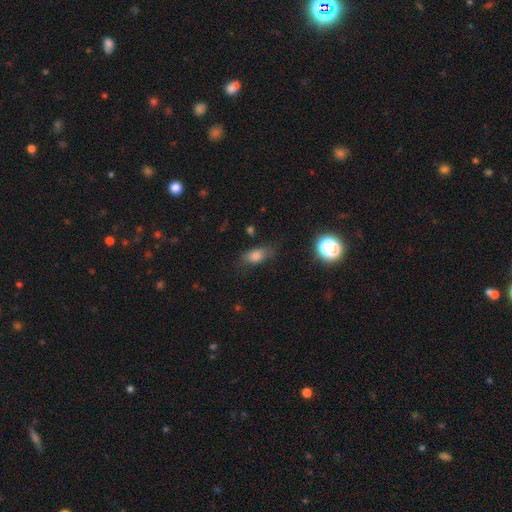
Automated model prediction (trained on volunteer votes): smooth 75%, star or artifact 13%, featured or disk 12%. Down the decision tree: how rounded — in between (77%); merging — none (69%).